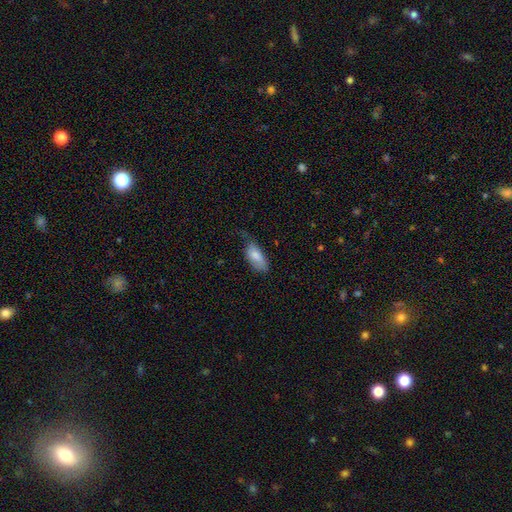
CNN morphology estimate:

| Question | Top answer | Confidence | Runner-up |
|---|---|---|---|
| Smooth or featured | smooth | 81% | featured or disk (13%) |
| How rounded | in between | 87% | cigar-shaped (11%) |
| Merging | none | 41% | tied: minor disturbance (41%) |